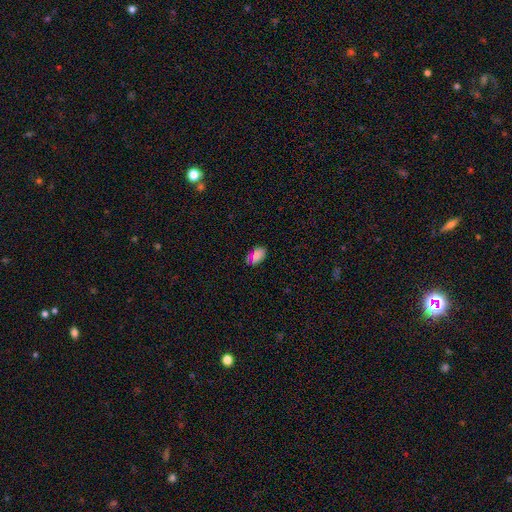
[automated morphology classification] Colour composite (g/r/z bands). It shows a smooth galaxy with no disk features (73%) that is in between round and cigar-shaped (92%). Merging: none (81%).